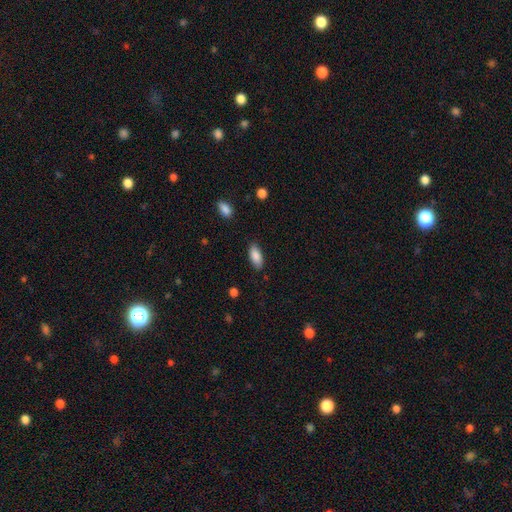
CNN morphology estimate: smooth_or_featured: smooth (p=0.88) [alt: star or artifact p=0.07]
how_rounded: in between (p=0.87) [alt: cigar-shaped p=0.11]
merging: none (p=0.84) [alt: minor disturbance p=0.12]